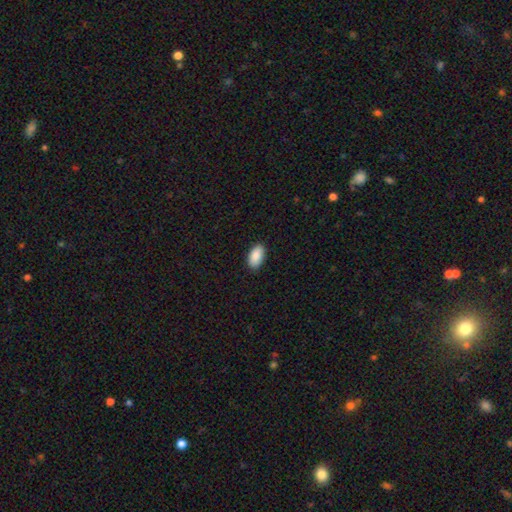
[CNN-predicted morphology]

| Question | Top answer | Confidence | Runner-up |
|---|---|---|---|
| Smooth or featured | smooth | 90% | star or artifact (6%) |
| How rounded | in between | 95% | round (3%) |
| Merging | none | 89% | minor disturbance (8%) |